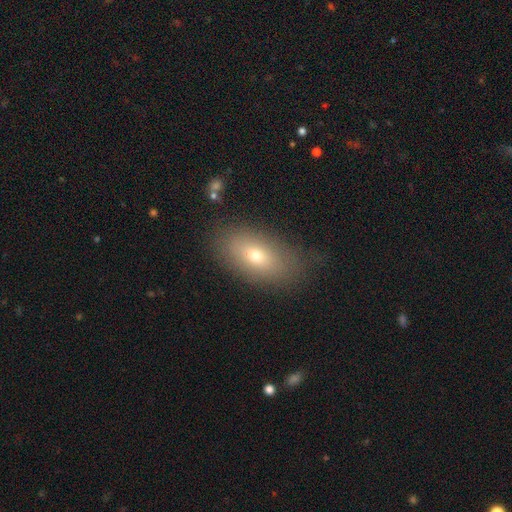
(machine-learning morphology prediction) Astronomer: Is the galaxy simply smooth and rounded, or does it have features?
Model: smooth — 69%.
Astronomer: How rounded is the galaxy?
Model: in between — 88%.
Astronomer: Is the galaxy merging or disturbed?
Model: none — 78%.